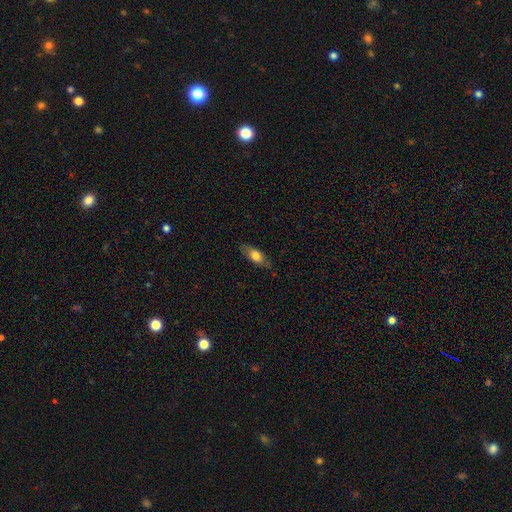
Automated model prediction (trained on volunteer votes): Q: Smooth or featured?
A: smooth (65%); runner-up: featured or disk (28%)
Q: How rounded?
A: in between (67%); runner-up: cigar-shaped (30%)
Q: Merging?
A: none (79%); runner-up: minor disturbance (16%)